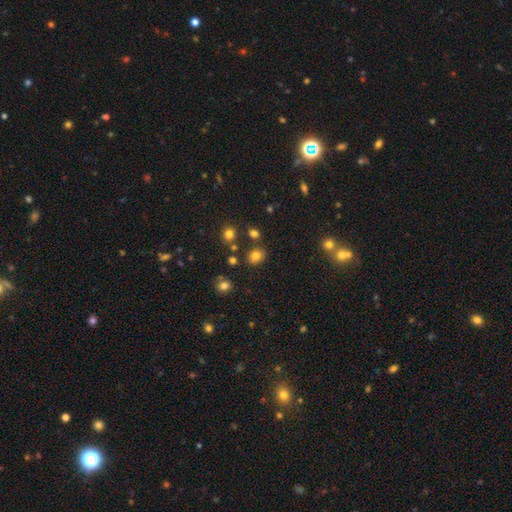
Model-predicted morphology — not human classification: Smooth or featured: smooth — 78% (star or artifact — 15%)
How rounded: round — 64% (in between — 35%)
Merging: none — 80% (minor disturbance — 11%)